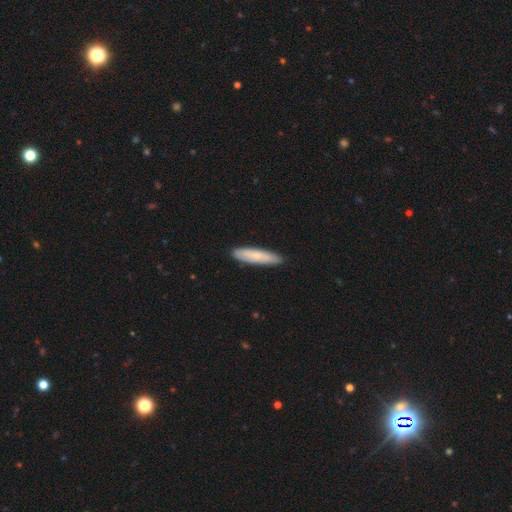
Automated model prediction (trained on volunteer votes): This appears to be a smooth galaxy with no disk features (74%) that is cigar-shaped (80%). Merging: none (88%).